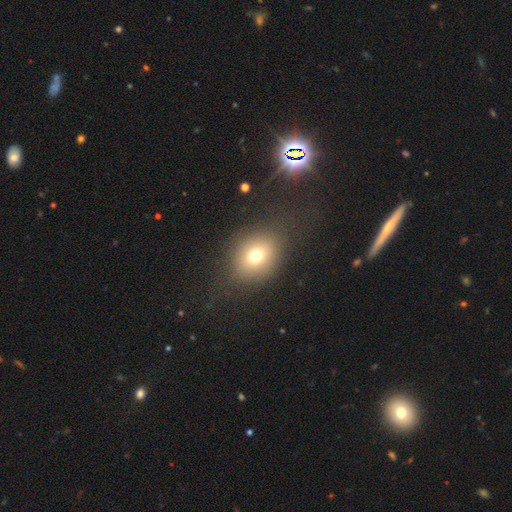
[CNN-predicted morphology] The model was most divided on "how rounded": in between: 53%, round: 46%, cigar-shaped: 1%. More confident: merging — none (77%); smooth or featured — smooth (71%).